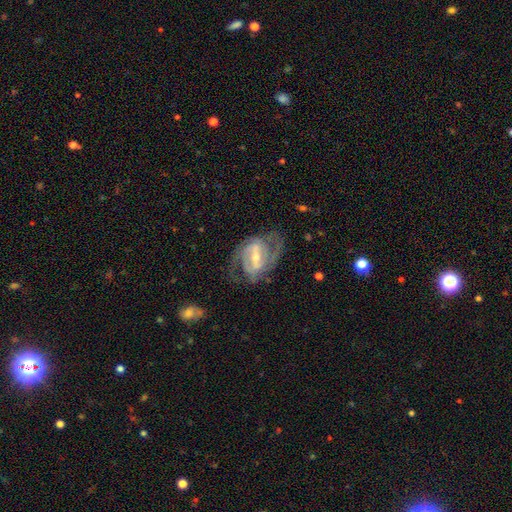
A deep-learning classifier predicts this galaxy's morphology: Smooth or featured?
  - featured or disk: 88% *
  - smooth: 7%
  - star or artifact: 5%
Edge-on disk?
  - no: 96% *
  - yes: 4%
Bar?
  - strong: 51% *
  - weak: 38%
  - no: 11%
Spiral arms?
  - yes: 95% *
  - no: 5%
Spiral winding?
  - medium: 48% *
  - tight: 38%
  - loose: 14%
Spiral arm count?
  - 2: 70% *
  - 3: 12%
  - can't tell: 11%
  - 4: 3%
  - 1: 3%
  - more than 4: 2%
Bulge size?
  - small: 48% *
  - moderate: 47%
  - large: 3%
  - none: 2%
  - dominant: 1%
Merging?
  - none: 69% *
  - minor disturbance: 17%
  - major disturbance: 12%
  - merger: 2%